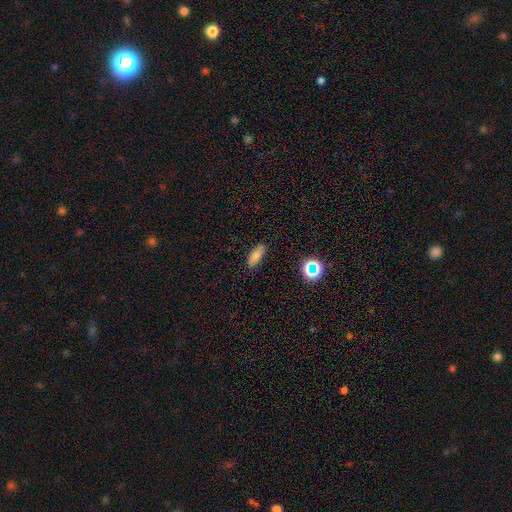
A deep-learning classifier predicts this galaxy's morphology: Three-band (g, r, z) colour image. It shows a smooth galaxy with no disk features (81%) that is in between round and cigar-shaped (75%). Merging: none (86%).